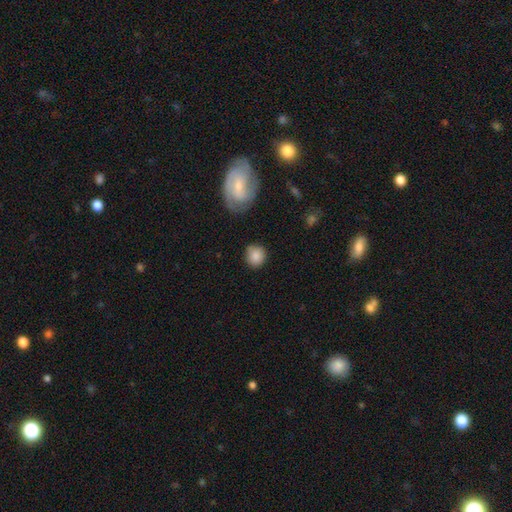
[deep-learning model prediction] Q: Smooth or featured?
A: smooth (85%); runner-up: star or artifact (7%)
Q: How rounded?
A: round (87%); runner-up: in between (11%)
Q: Merging?
A: none (83%); runner-up: minor disturbance (11%)